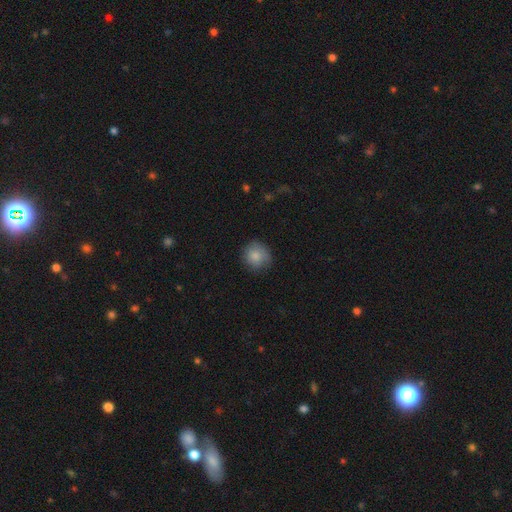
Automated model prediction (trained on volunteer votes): A smooth galaxy with no disk features (84%) that is round (89%).

Vote fractions:
- Smooth or featured? smooth: 84% / featured or disk: 8% / star or artifact: 8%
- How rounded? round: 89% / in between: 10% / cigar-shaped: 1%
- Merging? none: 78% / minor disturbance: 17% / major disturbance: 4% / merger: 1%